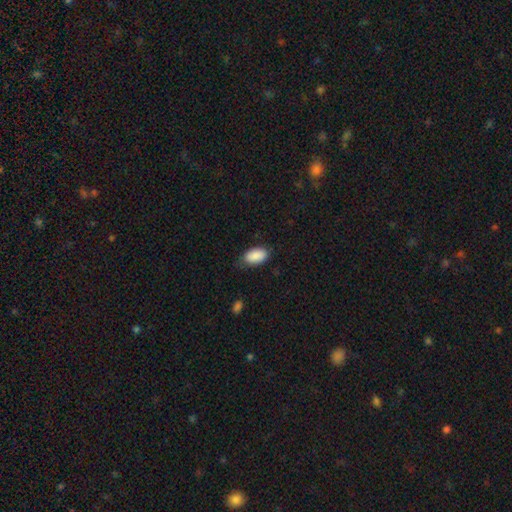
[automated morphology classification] Overall: smooth (89%). How rounded: in between (94%). Merging: none (75%).